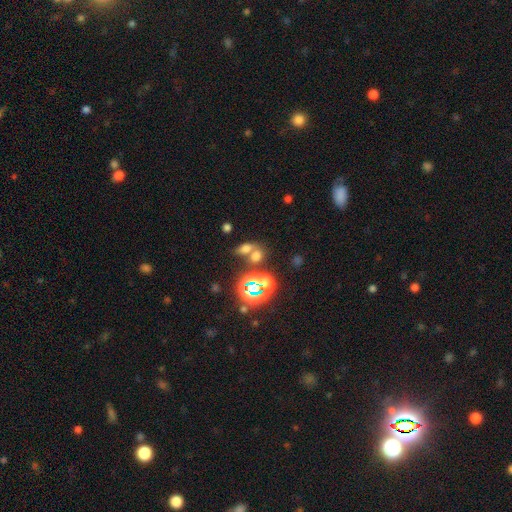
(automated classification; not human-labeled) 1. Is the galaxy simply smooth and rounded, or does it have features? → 57% smooth, 32% star or artifact, 11% featured or disk.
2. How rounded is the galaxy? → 55% in between, 43% round, 3% cigar-shaped.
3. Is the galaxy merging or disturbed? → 45% none, 42% merger, 9% minor disturbance, 5% major disturbance.